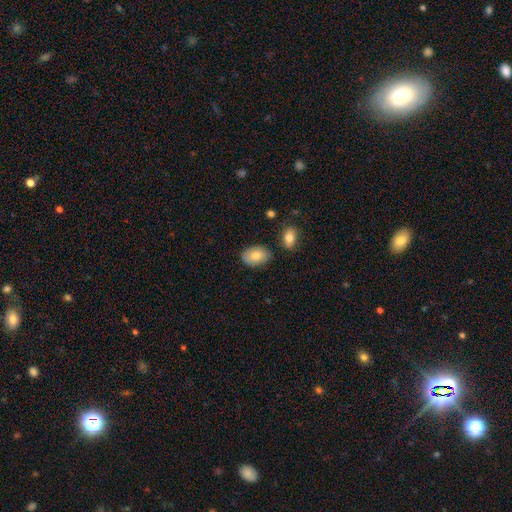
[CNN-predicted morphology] Smooth or featured? Predicted: smooth (p=0.80). How rounded? Predicted: in between (p=0.88). Merging? Predicted: none (p=0.79).